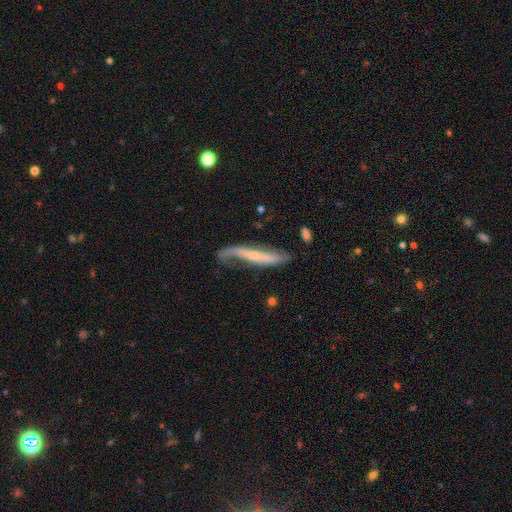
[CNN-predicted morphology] This is likely a featured or disk galaxy (68%). It is possibly viewed edge-on (50%, tied with no). Merging: marginally none (44%).